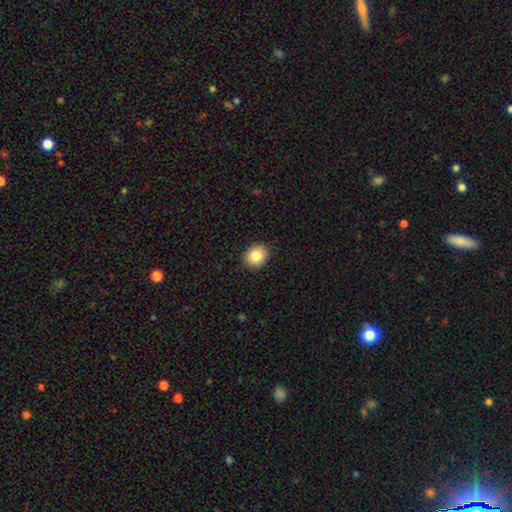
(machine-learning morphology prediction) smooth-or-featured: smooth: 83% | star or artifact: 9% | featured or disk: 8%
  how-rounded: round: 59% | in between: 40% | cigar-shaped: 1%
  merging: none: 91% | minor disturbance: 7% | major disturbance: 2% | merger: 1%